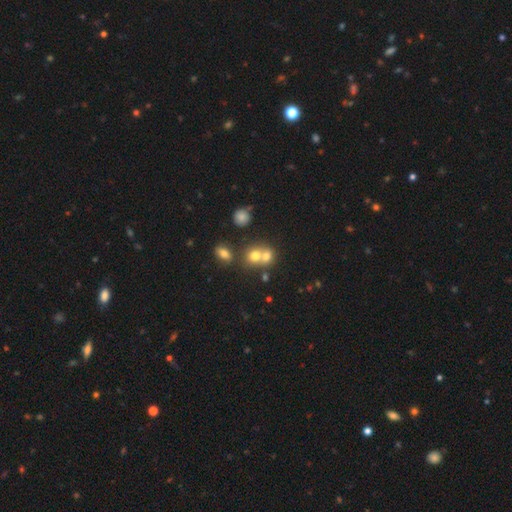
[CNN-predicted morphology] smooth-or-featured: smooth: 68% | featured or disk: 17% | star or artifact: 14%
  how-rounded: round: 71% | in between: 28% | cigar-shaped: 1%
  merging: merger: 58% | none: 33% | minor disturbance: 6% | major disturbance: 3%